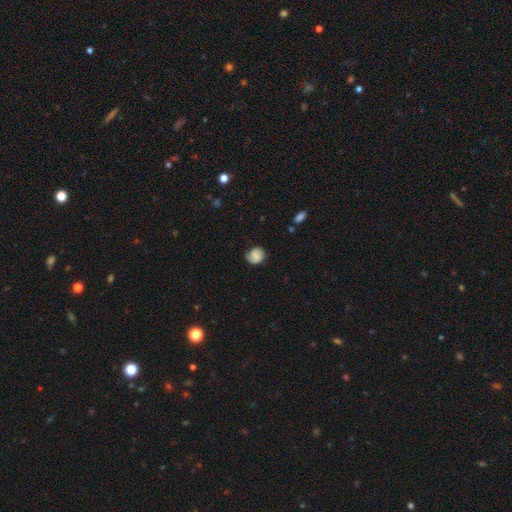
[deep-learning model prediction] Smooth or featured: smooth — 73% (featured or disk — 18%)
How rounded: round — 78% (in between — 21%)
Merging: none — 71% (minor disturbance — 21%)